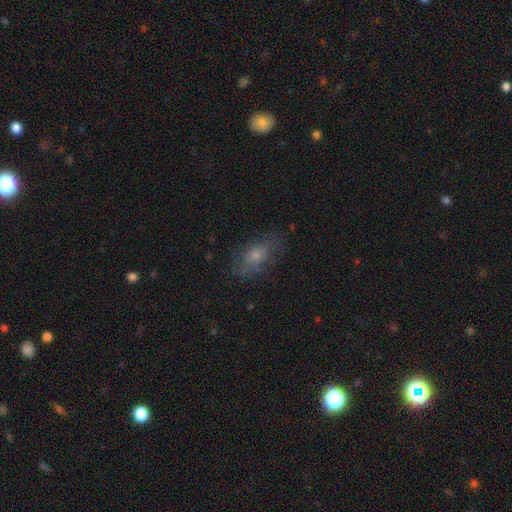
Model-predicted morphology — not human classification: Smooth or featured? smooth (57%)
How rounded? in between (81%)
Merging? none (67%)